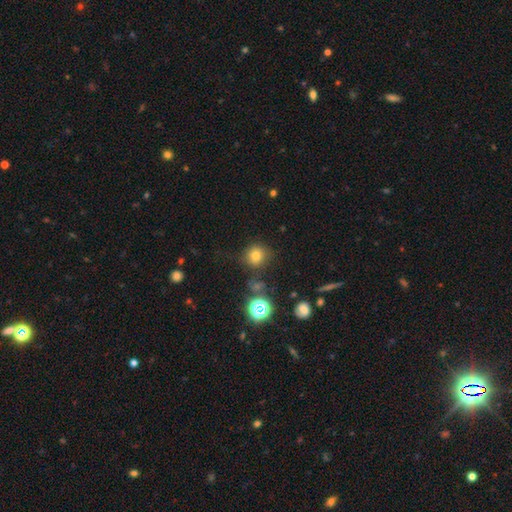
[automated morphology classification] smooth_or_featured: smooth (p=0.75) [alt: star or artifact p=0.18]
how_rounded: round (p=0.90) [alt: in between p=0.09]
merging: none (p=0.79) [alt: minor disturbance p=0.11]